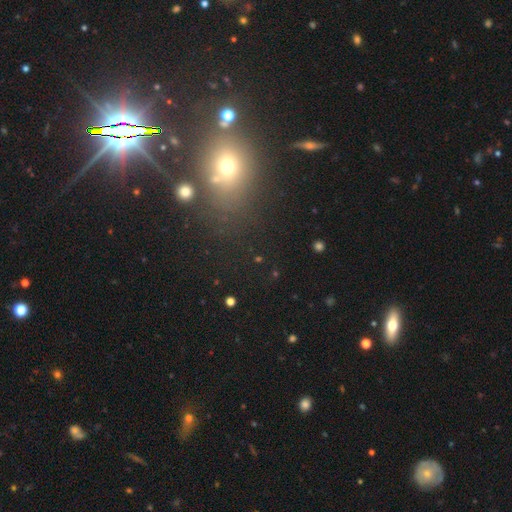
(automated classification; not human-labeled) Smooth or featured? star or artifact (56%)